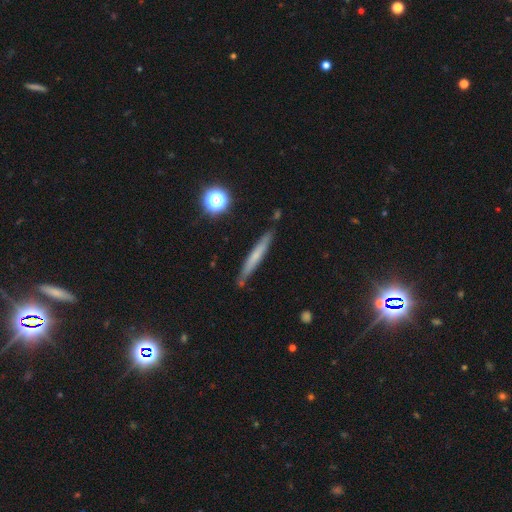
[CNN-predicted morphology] Smooth or featured?
  - smooth: 56% *
  - featured or disk: 36%
  - star or artifact: 8%
How rounded?
  - cigar-shaped: 95% *
  - in between: 4%
  - round: 2%
Merging?
  - none: 84% *
  - minor disturbance: 11%
  - merger: 3%
  - major disturbance: 2%